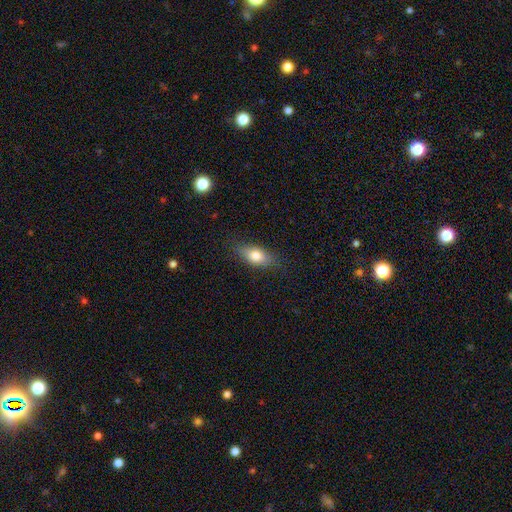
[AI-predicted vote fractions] Overall: smooth (76%). How rounded: in between (81%). Merging: none (80%).